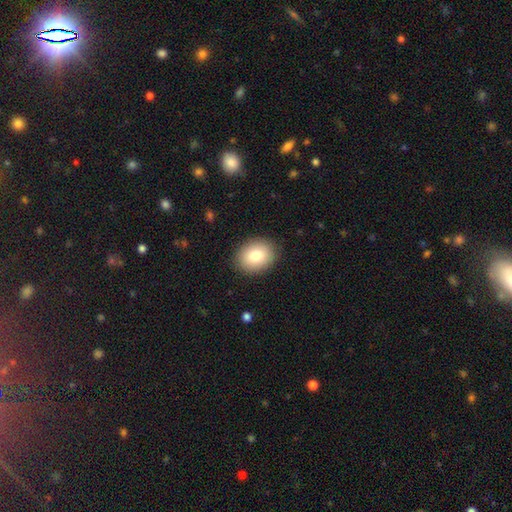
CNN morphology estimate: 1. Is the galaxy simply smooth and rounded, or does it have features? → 82% smooth, 10% featured or disk, 8% star or artifact.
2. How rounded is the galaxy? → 54% in between, 45% round, 1% cigar-shaped.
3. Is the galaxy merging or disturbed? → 89% none, 8% minor disturbance, 2% major disturbance, 1% merger.